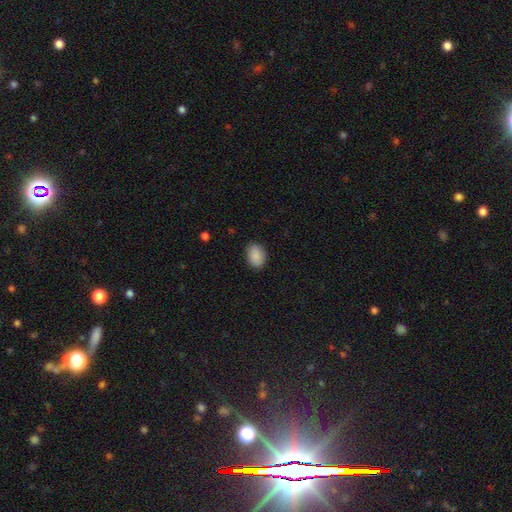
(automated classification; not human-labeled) Smooth or featured?
  - smooth: 90% *
  - star or artifact: 7%
  - featured or disk: 4%
How rounded?
  - in between: 81% *
  - round: 18%
  - cigar-shaped: 1%
Merging?
  - none: 87% *
  - minor disturbance: 10%
  - major disturbance: 2%
  - merger: 1%